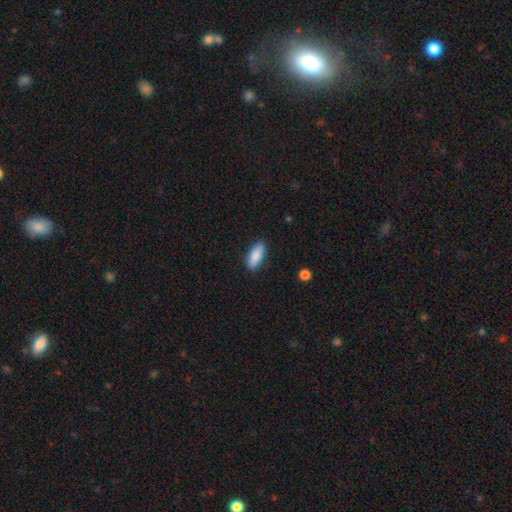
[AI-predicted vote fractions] Morphology: type=smooth (86%); roundness=in between (72%); merging=none (87%).